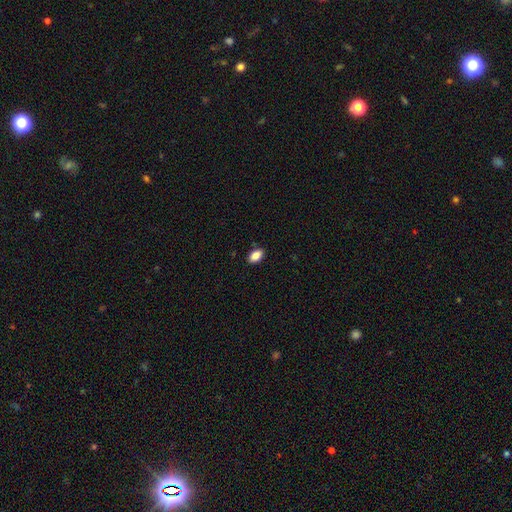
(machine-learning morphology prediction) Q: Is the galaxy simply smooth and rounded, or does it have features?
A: smooth — 87%.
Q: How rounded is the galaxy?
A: in between — 91%.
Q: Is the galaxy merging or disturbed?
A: none — 88%.